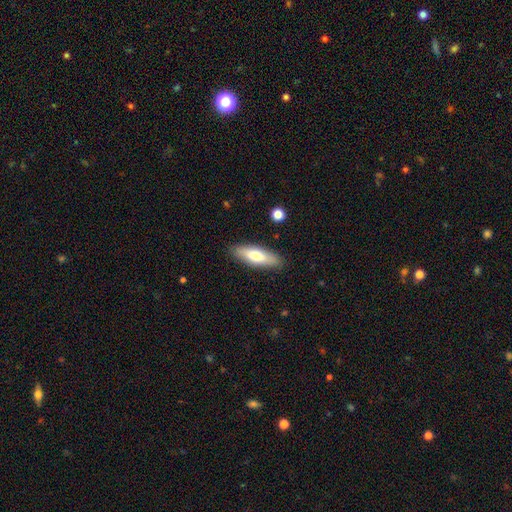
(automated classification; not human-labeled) This is likely a smooth galaxy (71%). How rounded: possibly in between (53%). Merging: clearly none (88%).